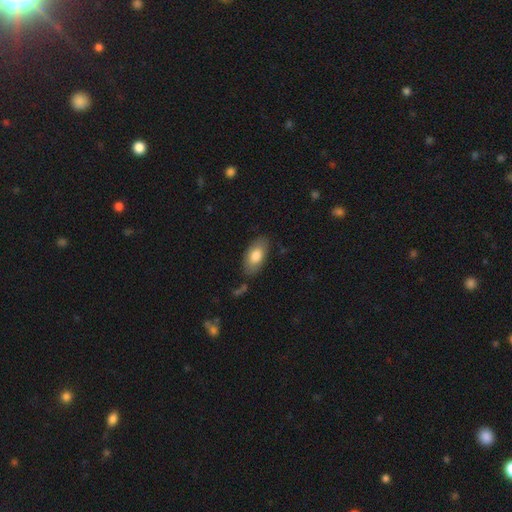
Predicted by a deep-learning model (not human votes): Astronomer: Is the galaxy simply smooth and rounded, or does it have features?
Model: smooth — 79%.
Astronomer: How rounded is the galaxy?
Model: in between — 92%.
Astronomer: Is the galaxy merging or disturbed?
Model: none — 79%.